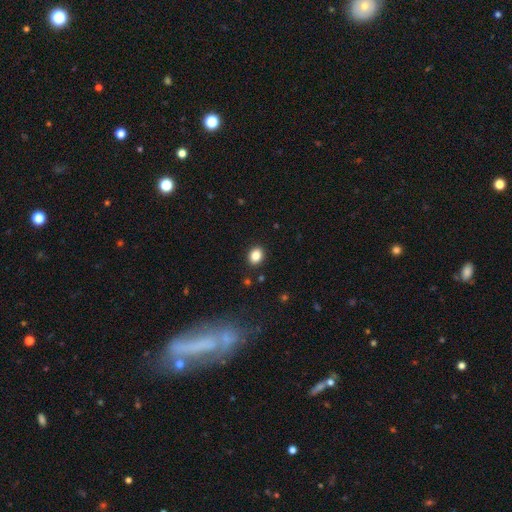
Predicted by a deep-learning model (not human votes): smooth 85%, star or artifact 10%, featured or disk 5%. Down the decision tree: how rounded — in between (52%); merging — none (89%).